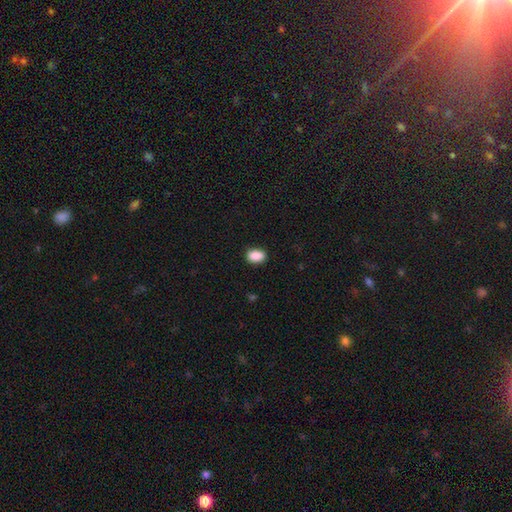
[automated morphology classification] smooth 90%, star or artifact 8%, featured or disk 3%. Down the decision tree: how rounded — in between (83%); merging — none (87%).